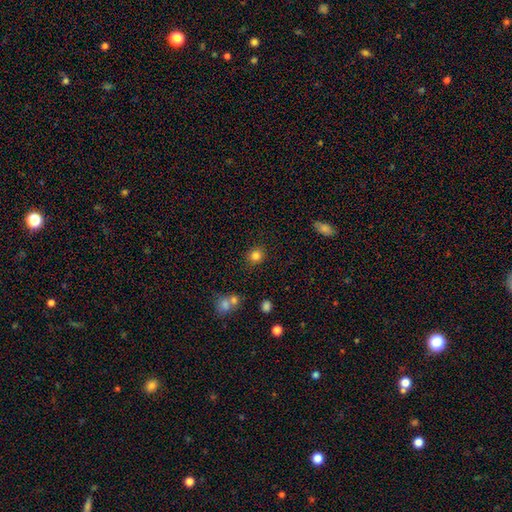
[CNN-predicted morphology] This is clearly a smooth galaxy (83%). How rounded: clearly round (84%). Merging: clearly none (86%).